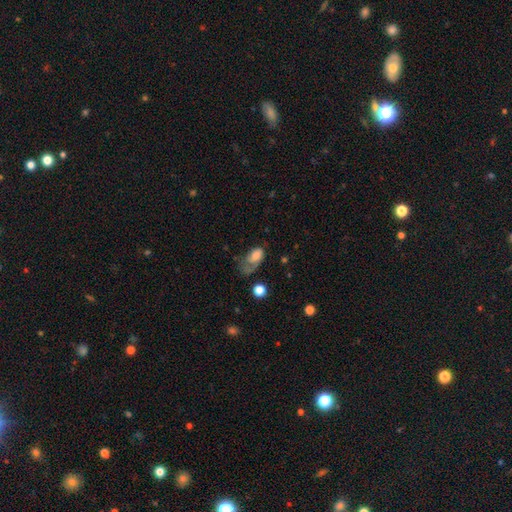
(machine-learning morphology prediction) The model was most divided on "merging": major disturbance: 47%, minor disturbance: 25%, none: 24%, merger: 4%. More confident: how rounded — in between (89%); smooth or featured — smooth (63%).